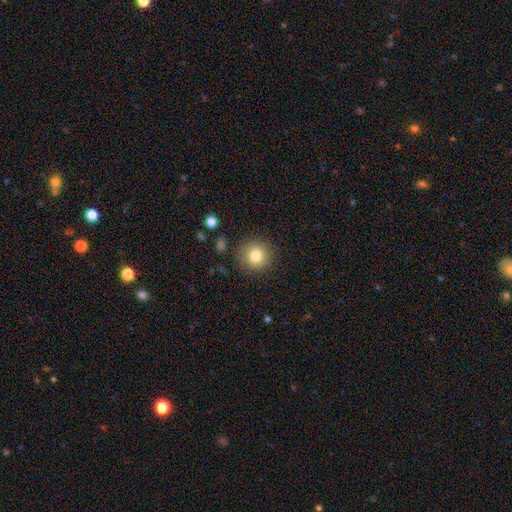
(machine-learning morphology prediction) A smooth galaxy with no disk features (81%) that is round (93%). Merging: none (87%).